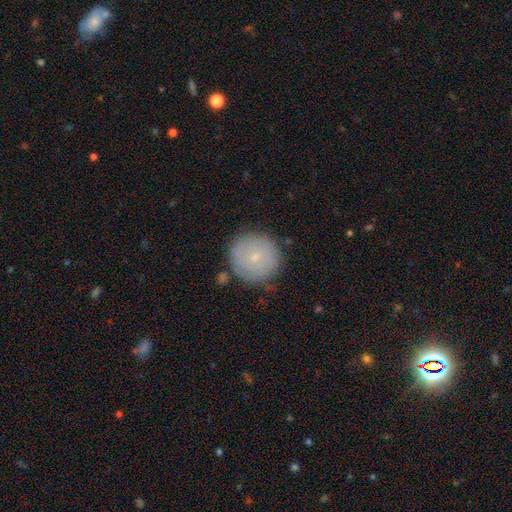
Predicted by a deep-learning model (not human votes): This appears to be a smooth galaxy with no disk features (67%) that is round (94%). Merging: none (84%).